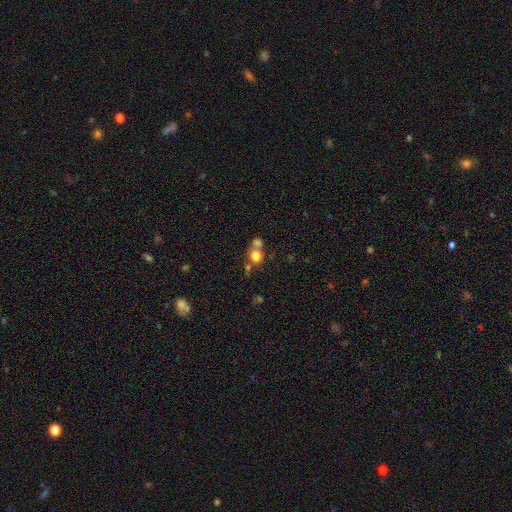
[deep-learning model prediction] A smooth galaxy with no disk features (77%) that is round (76%). Merging: none (46%).